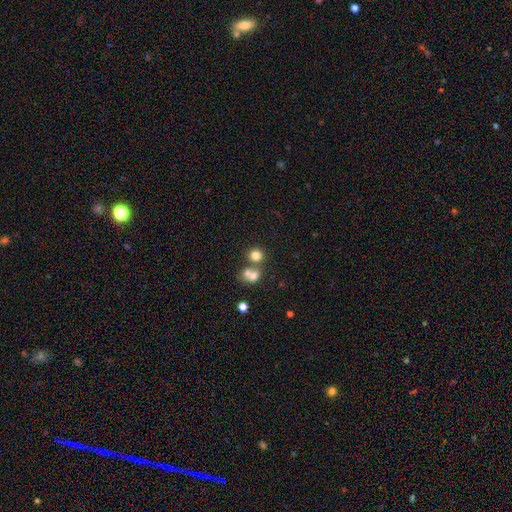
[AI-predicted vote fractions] Morphology: type=smooth (76%); roundness=round (81%); merging=none (50%).